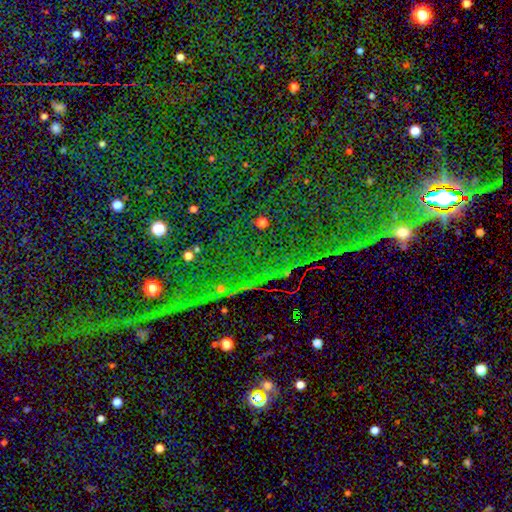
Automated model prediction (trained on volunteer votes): A star or artifact, not a galaxy (84%).

Vote fractions:
- Smooth or featured? star or artifact: 84% / smooth: 8% / featured or disk: 8%